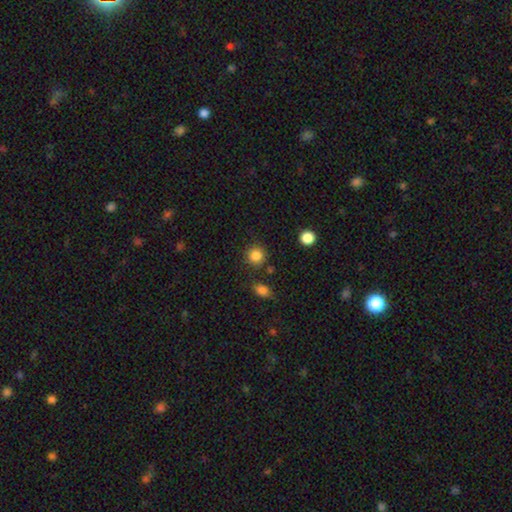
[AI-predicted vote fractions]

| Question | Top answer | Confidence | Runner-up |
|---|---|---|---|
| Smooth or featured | smooth | 85% | star or artifact (11%) |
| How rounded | round | 90% | in between (9%) |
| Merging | none | 84% | minor disturbance (9%) |